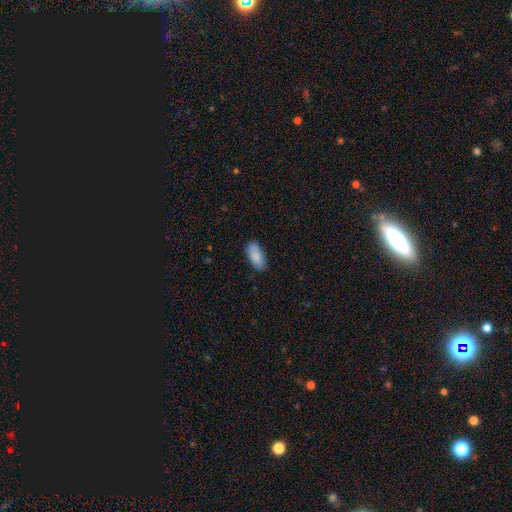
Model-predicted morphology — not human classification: type=smooth (88%); roundness=in between (88%); merging=none (82%).